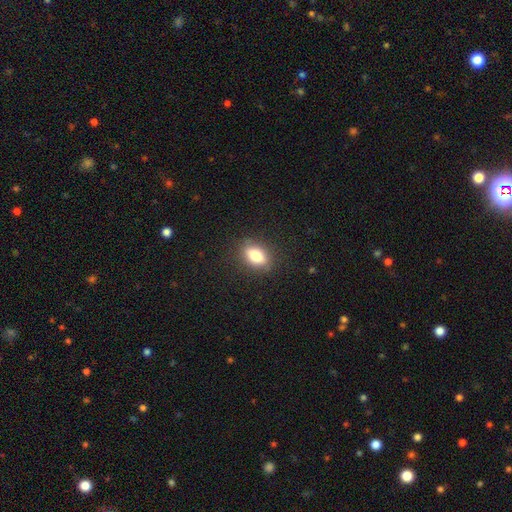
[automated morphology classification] This is clearly a smooth galaxy (81%). How rounded: clearly in between (83%). Merging: clearly none (85%).